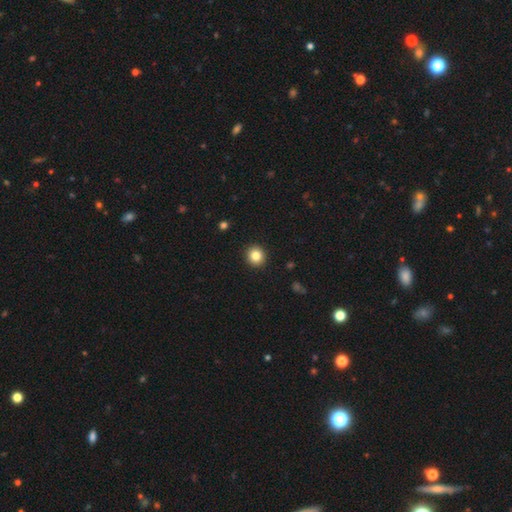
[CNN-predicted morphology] Smooth or featured? Predicted: smooth (p=0.83). How rounded? Predicted: round (p=0.91). Merging? Predicted: none (p=0.93).